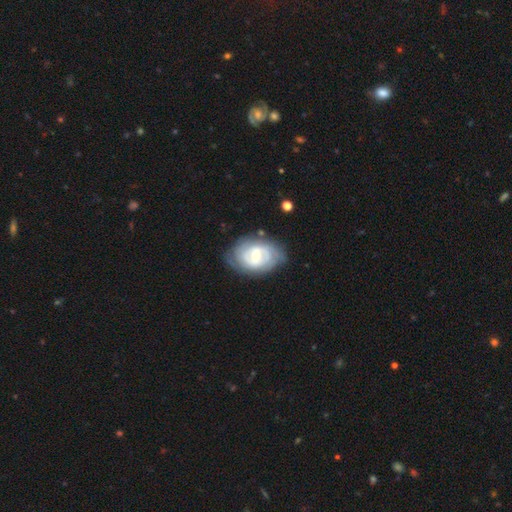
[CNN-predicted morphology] featured or disk 79%, smooth 16%, star or artifact 5%. Down the decision tree: edge-on disk — no (97%); bar — weak (50%); spiral arms — yes (87%); spiral arm count — 2 (43%); spiral winding — tight (66%); bulge size — moderate (54%); merging — none (73%).